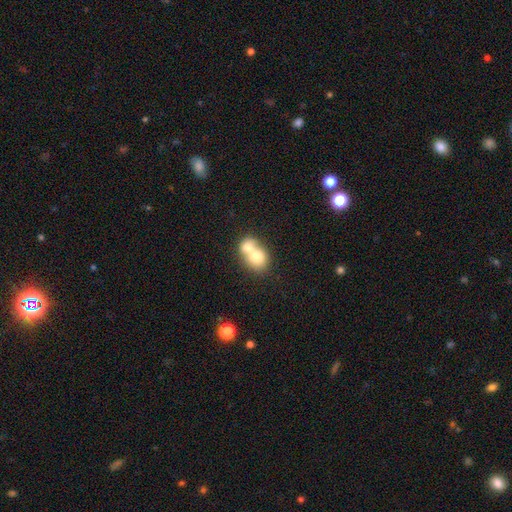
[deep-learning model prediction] The model was most divided on "how rounded": round: 58%, in between: 41%, cigar-shaped: 1%. More confident: merging — merger (75%); smooth or featured — smooth (71%).